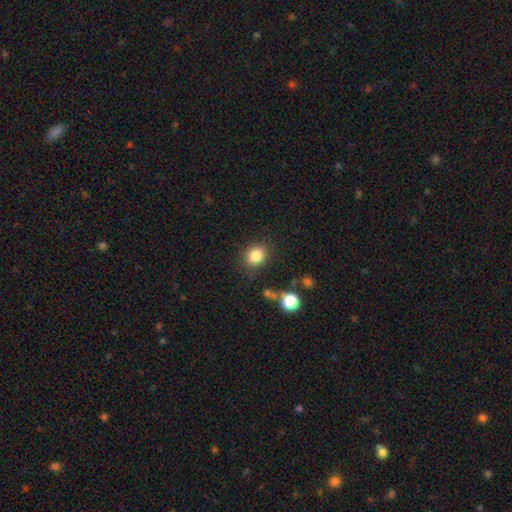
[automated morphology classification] The model was most divided on "how rounded": round: 66%, in between: 34%, cigar-shaped: 1%. More confident: smooth or featured — smooth (83%); merging — none (81%).